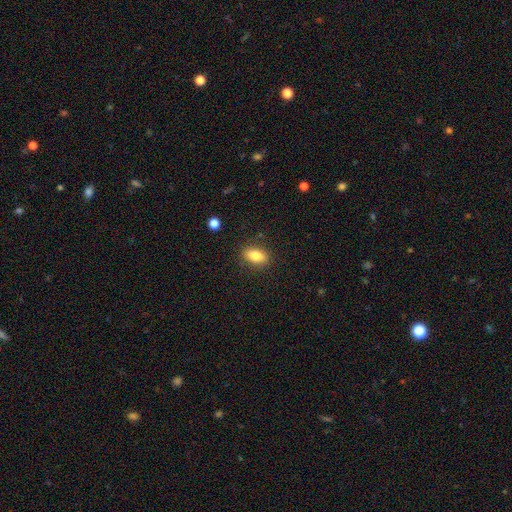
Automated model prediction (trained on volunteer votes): Smooth or featured? smooth (79%)
How rounded? in between (83%)
Merging? none (86%)